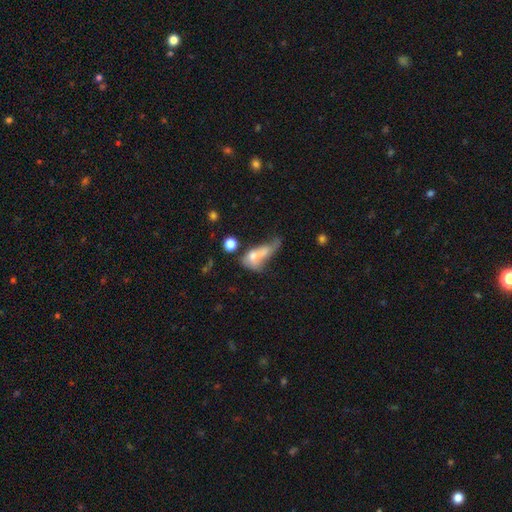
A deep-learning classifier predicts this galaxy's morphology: A smooth galaxy with no disk features (59%) that is in between round and cigar-shaped (68%).

Vote fractions:
- Smooth or featured? smooth: 59% / featured or disk: 30% / star or artifact: 11%
- How rounded? in between: 68% / cigar-shaped: 18% / round: 14%
- Merging? merger: 38% / major disturbance: 33% / none: 15% / minor disturbance: 14%